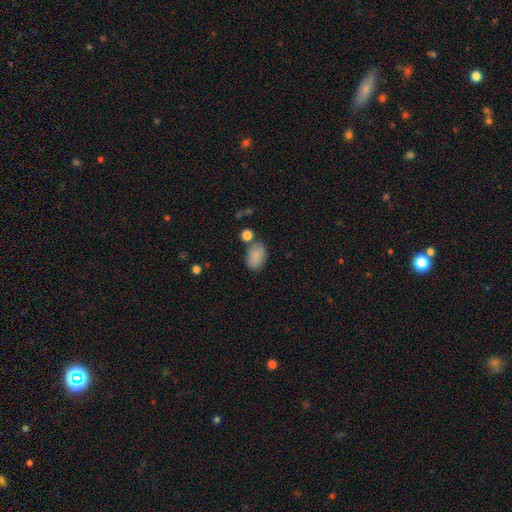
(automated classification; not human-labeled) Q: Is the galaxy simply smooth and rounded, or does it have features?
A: smooth — 87%.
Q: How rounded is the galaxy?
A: in between — 86%.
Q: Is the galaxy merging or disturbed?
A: none — 70%.